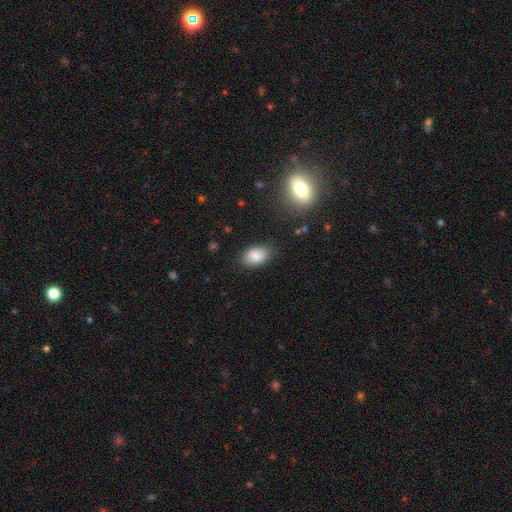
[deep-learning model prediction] Smooth or featured? Predicted: smooth (p=0.85). How rounded? Predicted: in between (p=0.88). Merging? Predicted: none (p=0.82).